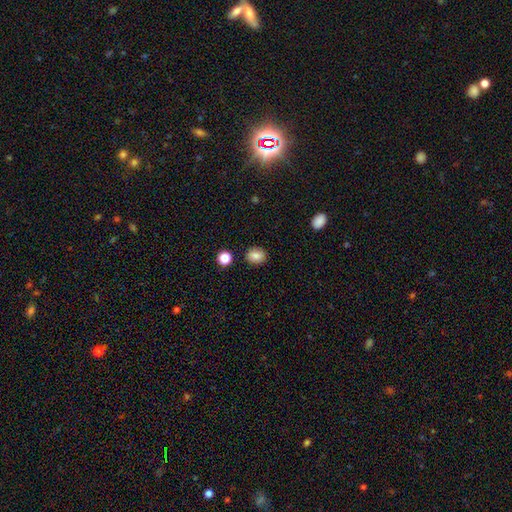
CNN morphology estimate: Overall: smooth (85%). How rounded: in between (55%; round 44%). Merging: none (87%).